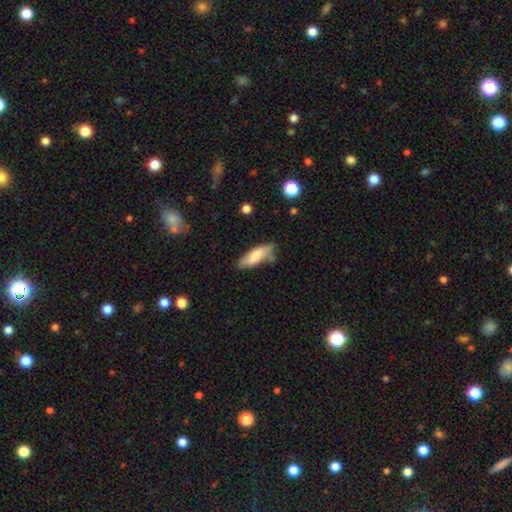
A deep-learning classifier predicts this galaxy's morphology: smooth-or-featured: smooth: 76% | featured or disk: 17% | star or artifact: 7%
  how-rounded: in between: 65% | cigar-shaped: 33% | round: 2%
  merging: none: 57% | minor disturbance: 29% | major disturbance: 8% | merger: 6%